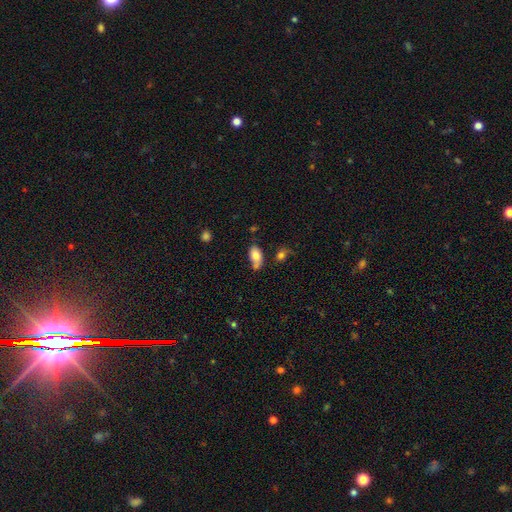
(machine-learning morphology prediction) Smooth or featured? smooth (79%)
How rounded? in between (92%)
Merging? none (52%)